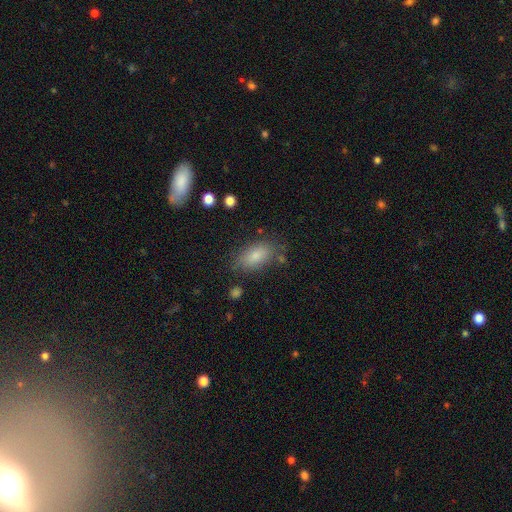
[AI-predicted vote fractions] The model was most divided on "merging": none: 75%, minor disturbance: 16%, major disturbance: 5%, merger: 4%. More confident: how rounded — in between (89%); smooth or featured — smooth (82%).